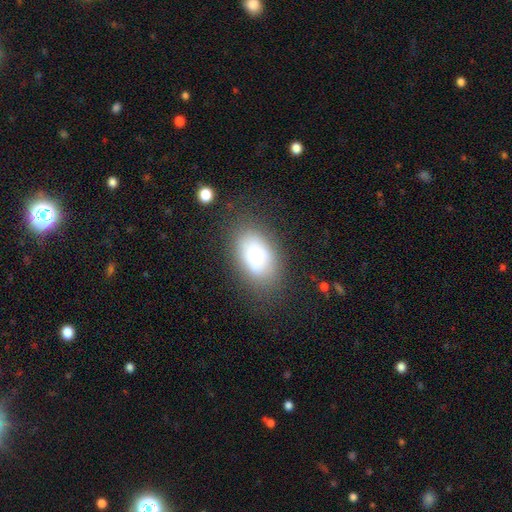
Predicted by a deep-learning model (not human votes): This is likely a smooth galaxy (70%). How rounded: clearly in between (88%). Merging: likely none (73%).